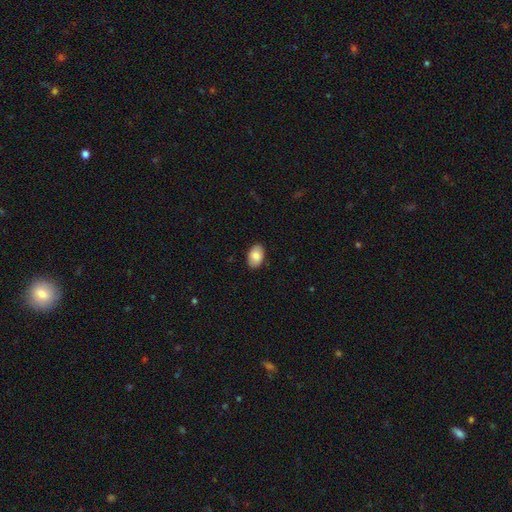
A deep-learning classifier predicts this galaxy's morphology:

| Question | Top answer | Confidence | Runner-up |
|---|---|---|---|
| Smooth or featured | smooth | 85% | featured or disk (8%) |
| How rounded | in between | 90% | round (9%) |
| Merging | none | 88% | minor disturbance (9%) |